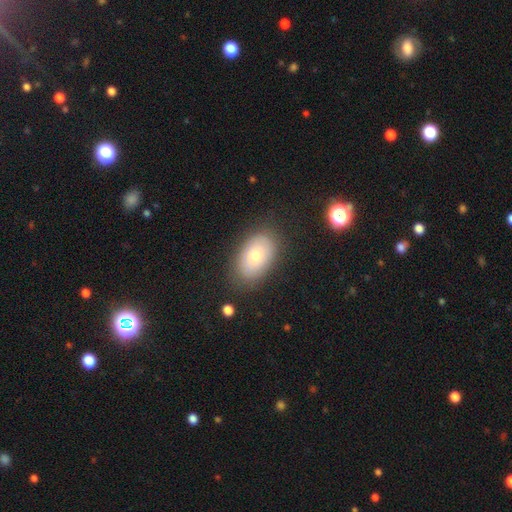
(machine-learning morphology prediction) smooth-or-featured: smooth: 71% | featured or disk: 20% | star or artifact: 8%
  how-rounded: in between: 88% | round: 10% | cigar-shaped: 1%
  merging: none: 81% | minor disturbance: 13% | major disturbance: 4% | merger: 2%